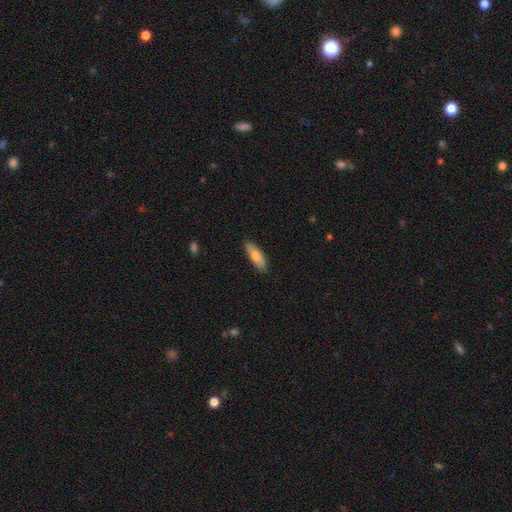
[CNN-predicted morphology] smooth-or-featured: smooth: 71% | featured or disk: 24% | star or artifact: 6%
  how-rounded: in between: 57% | cigar-shaped: 41% | round: 2%
  merging: none: 86% | minor disturbance: 11% | major disturbance: 2% | merger: 1%